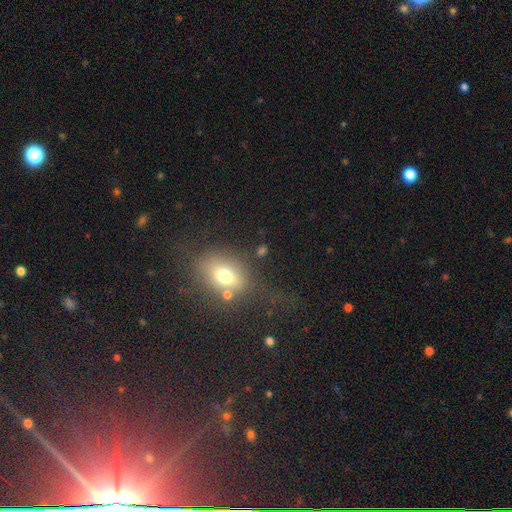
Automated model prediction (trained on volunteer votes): A smooth galaxy with no disk features (58%) that is in between round and cigar-shaped (64%). Merging: none (56%).